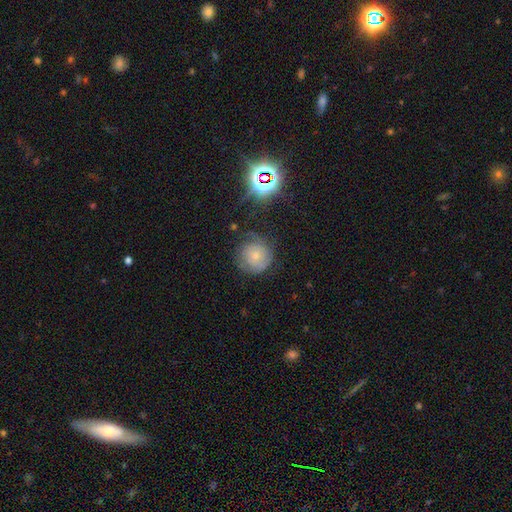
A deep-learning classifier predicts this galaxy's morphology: A smooth galaxy with no disk features (51%) that is round (92%). Merging: none (67%).